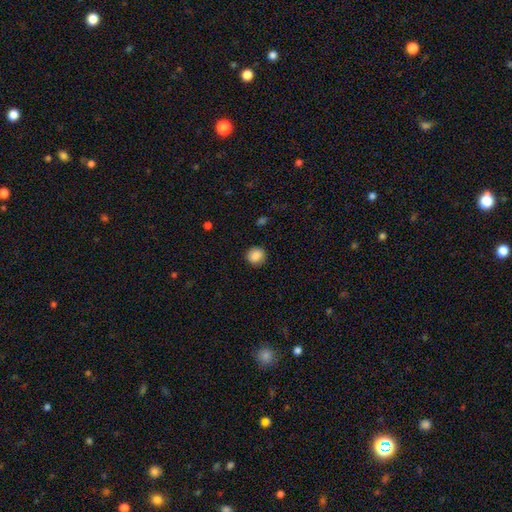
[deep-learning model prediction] Smooth or featured? smooth (87%)
How rounded? round (86%)
Merging? none (89%)